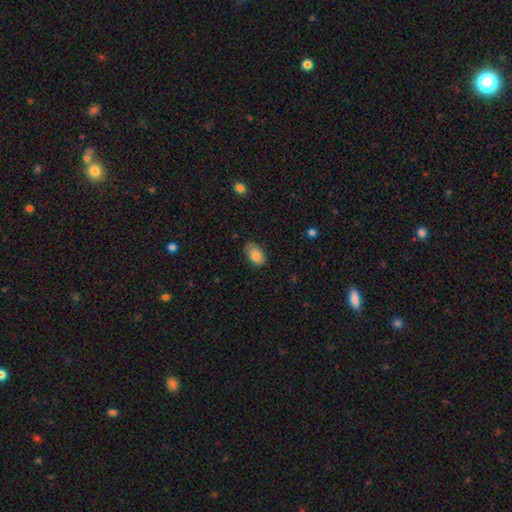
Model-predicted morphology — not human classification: Smooth or featured: smooth — 82% (featured or disk — 11%)
How rounded: in between — 91% (round — 7%)
Merging: none — 72% (minor disturbance — 23%)